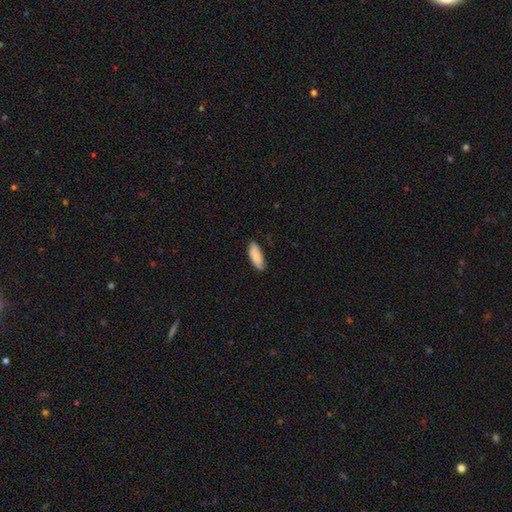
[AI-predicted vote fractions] Smooth or featured: smooth — 85% (featured or disk — 9%)
How rounded: in between — 70% (cigar-shaped — 28%)
Merging: none — 74% (minor disturbance — 22%)